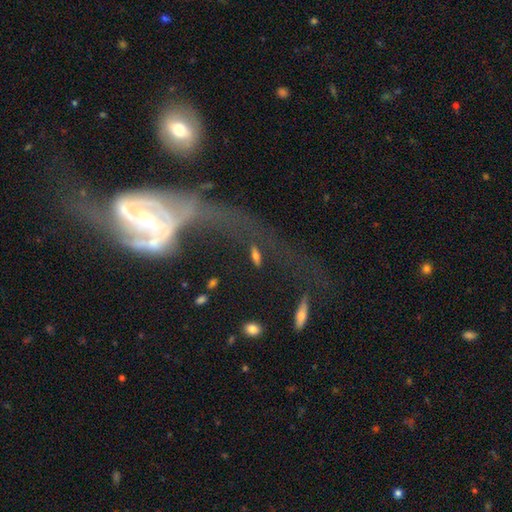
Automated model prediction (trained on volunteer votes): smooth-or-featured: smooth: 59% | featured or disk: 24% | star or artifact: 18%
  how-rounded: in between: 62% | cigar-shaped: 29% | round: 10%
  merging: none: 72% | minor disturbance: 13% | major disturbance: 9% | merger: 6%